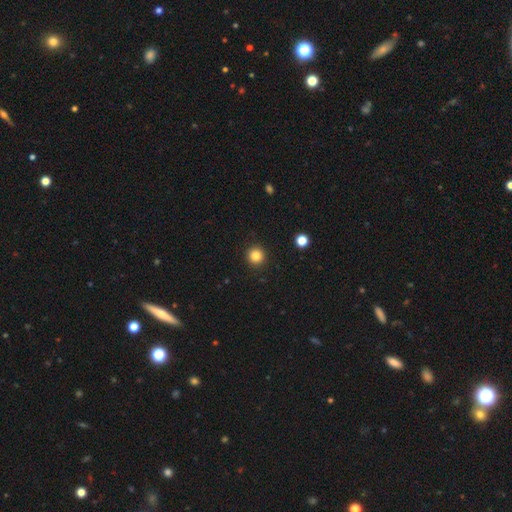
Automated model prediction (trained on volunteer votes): This appears to be a smooth galaxy with no disk features (85%) that is round (95%). Merging: none (93%).